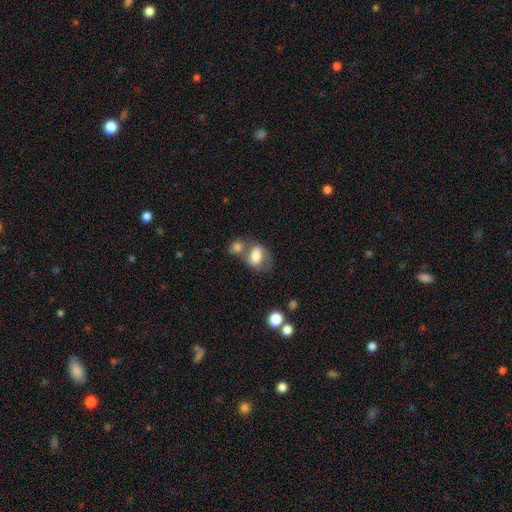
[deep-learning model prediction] Smooth or featured?
  - smooth: 71% *
  - featured or disk: 20%
  - star or artifact: 9%
How rounded?
  - in between: 77% *
  - round: 21%
  - cigar-shaped: 2%
Merging?
  - merger: 43% *
  - none: 31%
  - minor disturbance: 15%
  - major disturbance: 11%